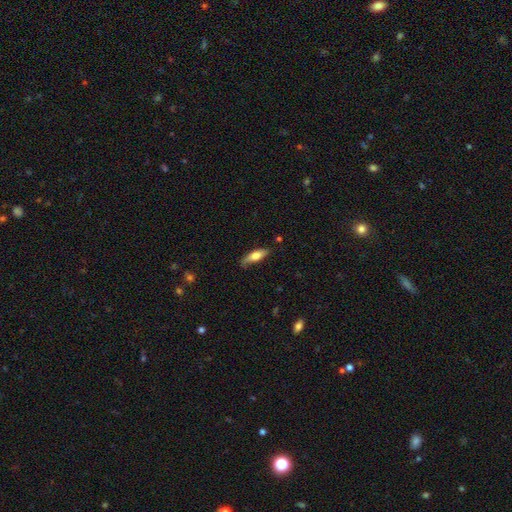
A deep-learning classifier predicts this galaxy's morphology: smooth 66%, featured or disk 28%, star or artifact 6%. Down the decision tree: how rounded — cigar-shaped (52%); merging — none (71%).